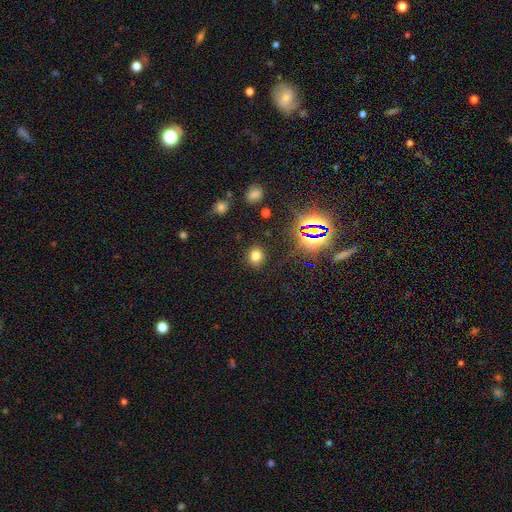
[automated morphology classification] A smooth galaxy with no disk features (71%) that is round (74%). Merging: none (87%).